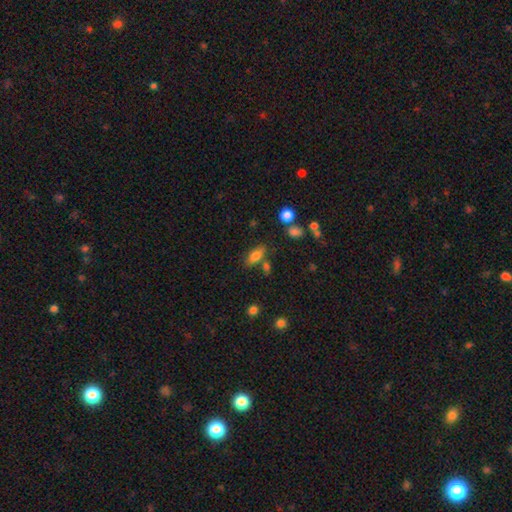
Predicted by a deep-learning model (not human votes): A smooth galaxy with no disk features (78%) that is in between round and cigar-shaped (81%).

Vote fractions:
- Smooth or featured? smooth: 78% / featured or disk: 13% / star or artifact: 10%
- How rounded? in between: 81% / cigar-shaped: 14% / round: 5%
- Merging? none: 68% / minor disturbance: 15% / merger: 12% / major disturbance: 5%